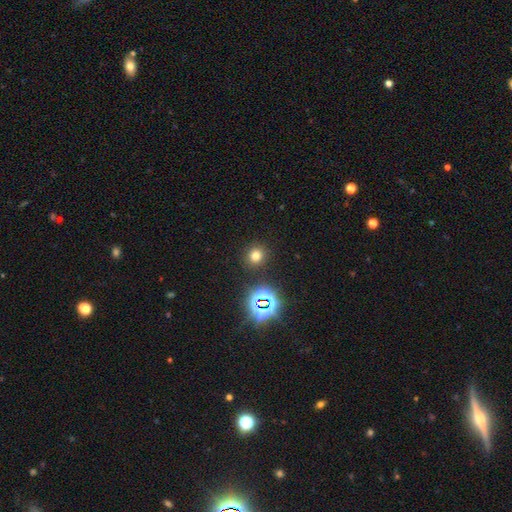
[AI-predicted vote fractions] smooth_or_featured: smooth (p=0.71) [alt: star or artifact p=0.23]
how_rounded: round (p=0.87) [alt: in between p=0.12]
merging: none (p=0.88) [alt: minor disturbance p=0.06]